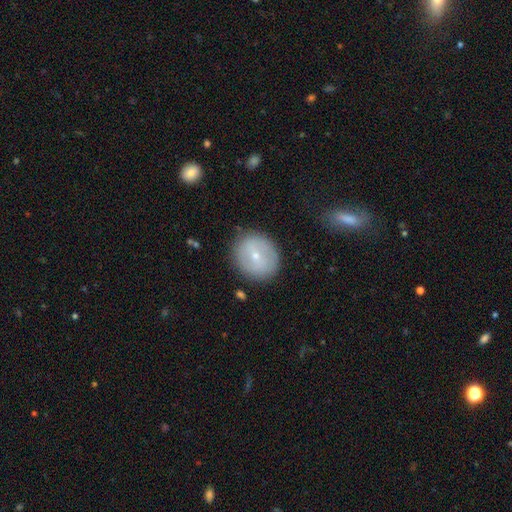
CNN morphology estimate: smooth_or_featured: smooth (p=0.48) [alt: featured or disk p=0.44]
merging: none (p=0.84) [alt: minor disturbance p=0.11]